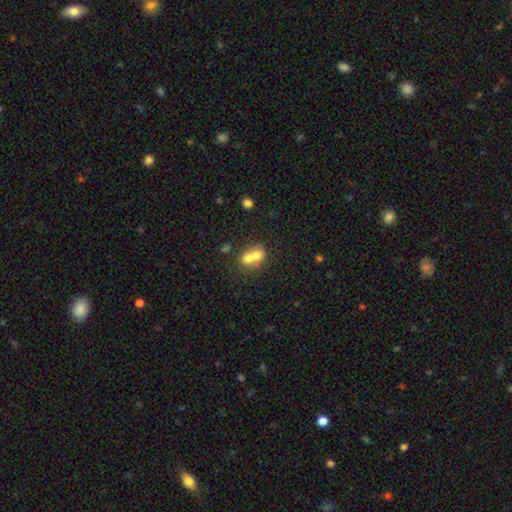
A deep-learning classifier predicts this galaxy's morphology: Q: Smooth or featured?
A: smooth (65%); runner-up: featured or disk (24%)
Q: How rounded?
A: round (65%); runner-up: in between (34%)
Q: Merging?
A: merger (70%); runner-up: none (22%)